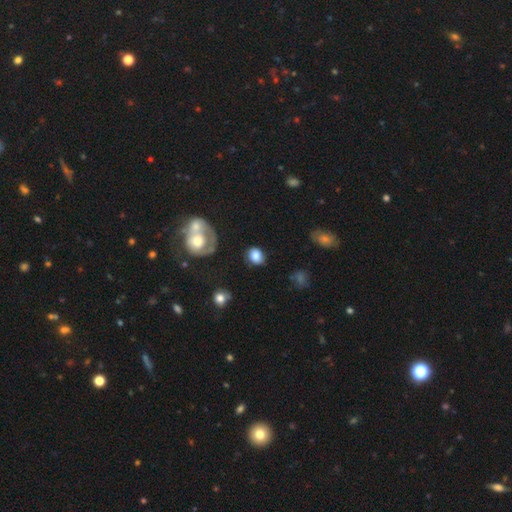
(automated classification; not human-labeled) Smooth or featured: smooth — 79% (featured or disk — 12%)
How rounded: round — 57% (in between — 42%)
Merging: none — 73% (minor disturbance — 15%)